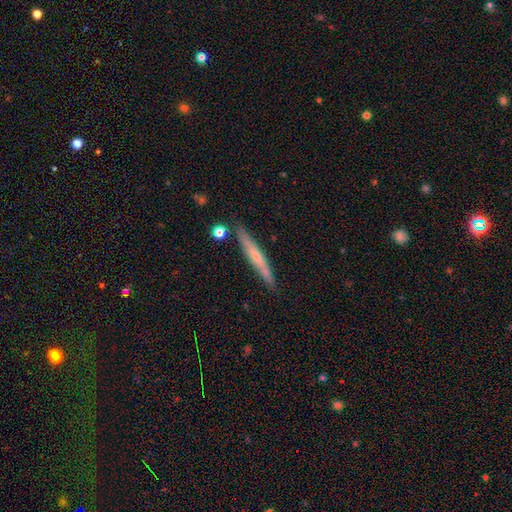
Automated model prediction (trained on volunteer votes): Morphology: type=featured or disk (54%); edge-on=yes (93%); merging=none (84%).